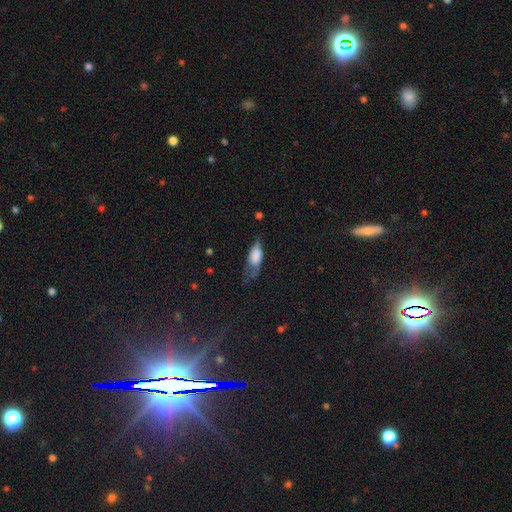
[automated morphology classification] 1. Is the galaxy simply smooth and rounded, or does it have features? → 65% smooth, 27% featured or disk, 8% star or artifact.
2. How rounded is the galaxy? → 79% in between, 17% cigar-shaped, 4% round.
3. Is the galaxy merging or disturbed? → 35% minor disturbance, 33% none, 29% major disturbance, 3% merger.